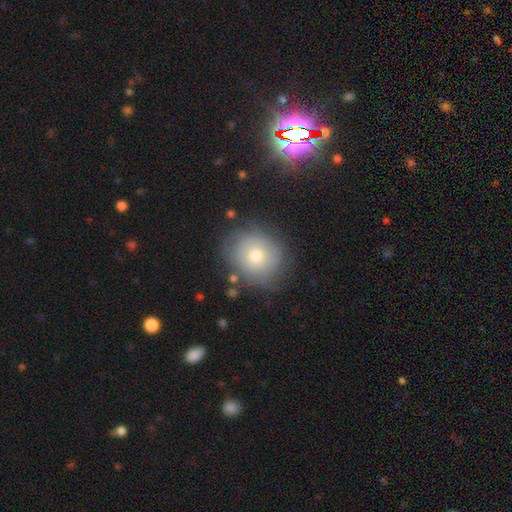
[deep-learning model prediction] A smooth galaxy with no disk features (62%) that is round (76%).

Vote fractions:
- Smooth or featured? smooth: 62% / featured or disk: 27% / star or artifact: 11%
- How rounded? round: 76% / in between: 23% / cigar-shaped: 1%
- Merging? none: 77% / minor disturbance: 16% / major disturbance: 5% / merger: 2%